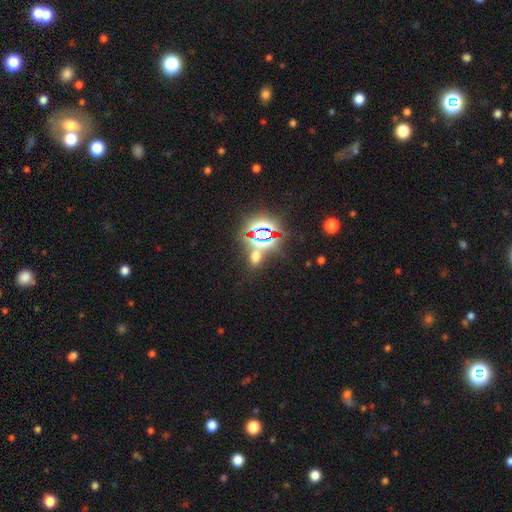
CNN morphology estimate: This appears to be a star or artifact, not a galaxy (52%).